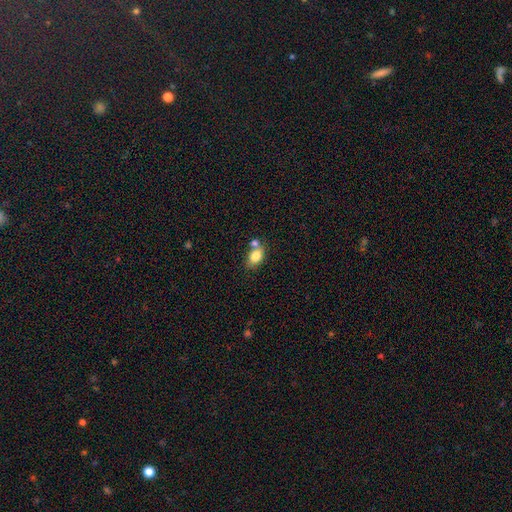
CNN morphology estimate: A smooth galaxy with no disk features (81%) that is in between round and cigar-shaped (79%). Merging: none (50%).